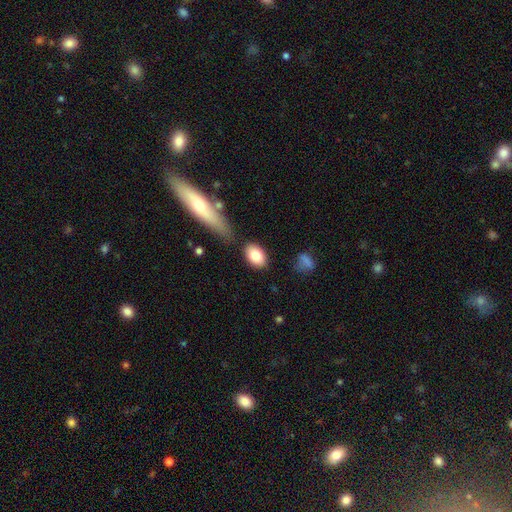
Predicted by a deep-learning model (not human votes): A smooth galaxy with no disk features (82%) that is in between round and cigar-shaped (86%).

Vote fractions:
- Smooth or featured? smooth: 82% / featured or disk: 11% / star or artifact: 7%
- How rounded? in between: 86% / round: 12% / cigar-shaped: 2%
- Merging? none: 81% / minor disturbance: 12% / merger: 4% / major disturbance: 4%